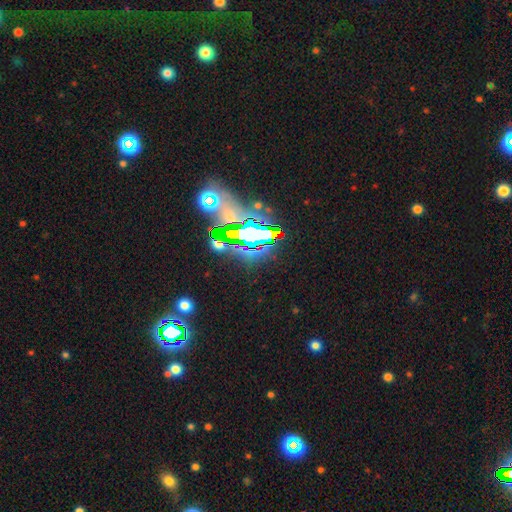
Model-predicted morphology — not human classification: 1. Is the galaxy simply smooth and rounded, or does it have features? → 70% star or artifact, 17% featured or disk, 13% smooth.